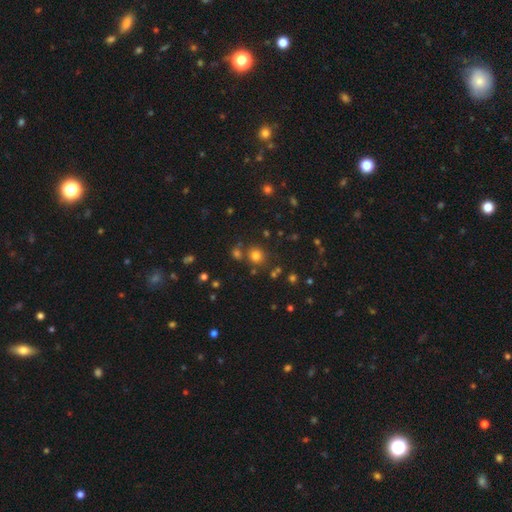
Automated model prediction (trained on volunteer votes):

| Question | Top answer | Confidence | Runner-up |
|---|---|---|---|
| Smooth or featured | smooth | 74% | star or artifact (19%) |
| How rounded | round | 88% | in between (11%) |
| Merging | none | 77% | merger (11%) |